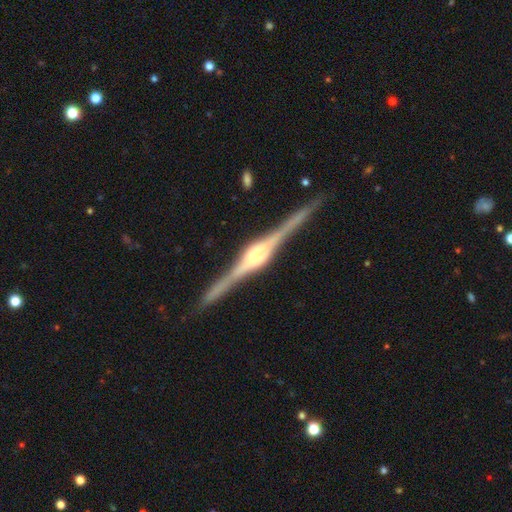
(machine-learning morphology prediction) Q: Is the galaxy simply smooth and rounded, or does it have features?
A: featured or disk — 90%.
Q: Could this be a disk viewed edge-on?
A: yes — 99%.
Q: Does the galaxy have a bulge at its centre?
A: rounded — 75%.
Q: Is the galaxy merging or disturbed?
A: none — 87%.